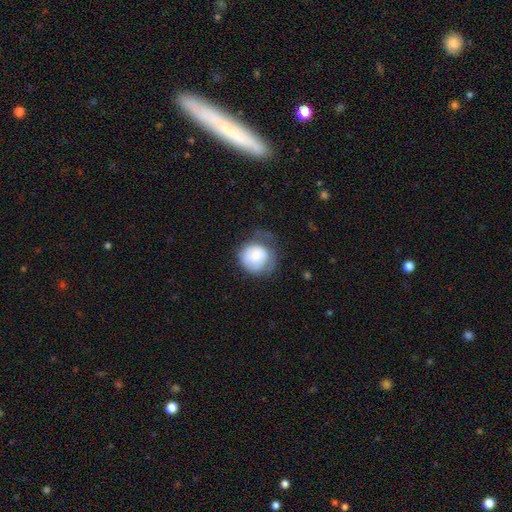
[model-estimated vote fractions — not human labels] Smooth or featured?
  - smooth: 71% *
  - featured or disk: 21%
  - star or artifact: 7%
How rounded?
  - round: 85% *
  - in between: 14%
  - cigar-shaped: 1%
Merging?
  - none: 39% *
  - minor disturbance: 33%
  - major disturbance: 26%
  - merger: 2%